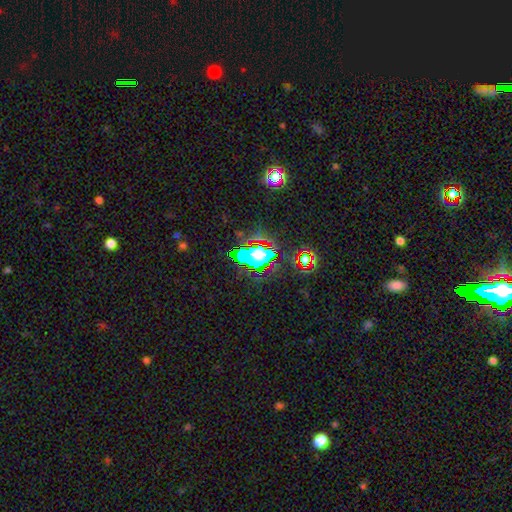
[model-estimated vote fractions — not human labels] Overall: star or artifact (54%; smooth 30%).